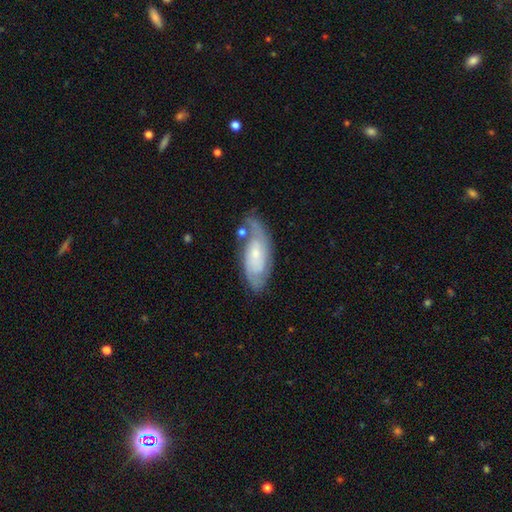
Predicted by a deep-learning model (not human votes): smooth-or-featured: featured or disk: 73% | smooth: 22% | star or artifact: 6%
  disk-edge-on: no: 91% | yes: 9%
    bar: no: 64% | weak: 30% | strong: 6%
    has-spiral-arms: yes: 91% | no: 9%
      spiral-winding: tight: 51% | medium: 37% | loose: 12%
      spiral-arm-count: 2: 57% | can't tell: 27% | 3: 7% | 1: 4% | 4: 2% | more than 4: 2%
    bulge-size: small: 62% | moderate: 30% | none: 4% | large: 3% | dominant: 1%
  merging: none: 65% | minor disturbance: 21% | major disturbance: 8% | merger: 6%